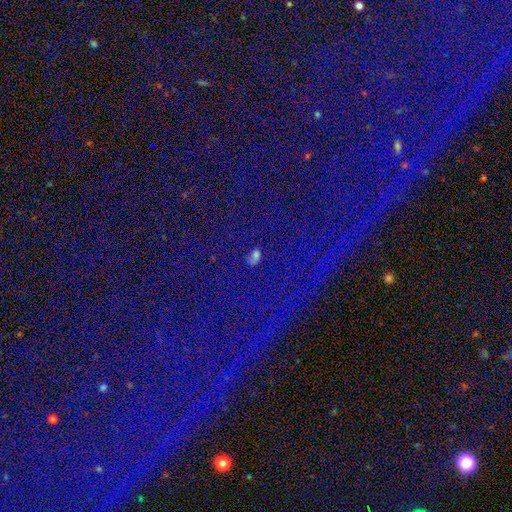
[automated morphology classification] A star or artifact, not a galaxy (50%).